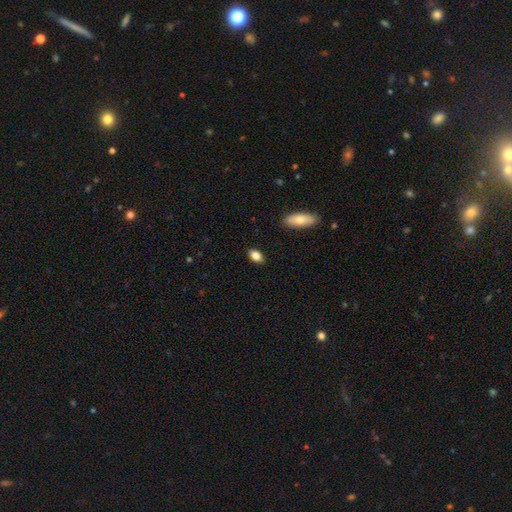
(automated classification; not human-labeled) smooth_or_featured: smooth (p=0.84) [alt: featured or disk p=0.08]
how_rounded: in between (p=0.87) [alt: round p=0.09]
merging: none (p=0.87) [alt: minor disturbance p=0.10]